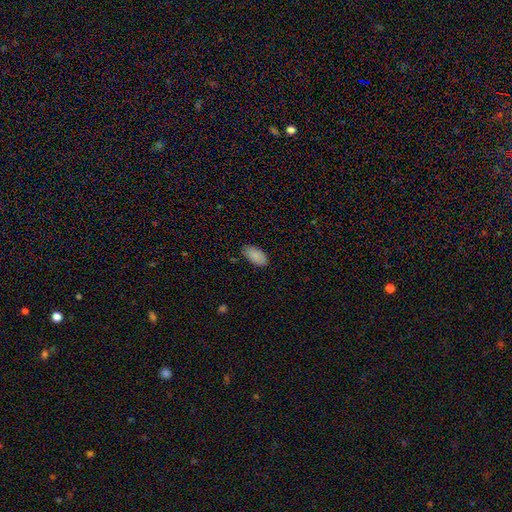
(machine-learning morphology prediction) Q: Smooth or featured?
A: smooth (87%); runner-up: star or artifact (7%)
Q: How rounded?
A: in between (95%); runner-up: round (3%)
Q: Merging?
A: none (76%); runner-up: minor disturbance (19%)